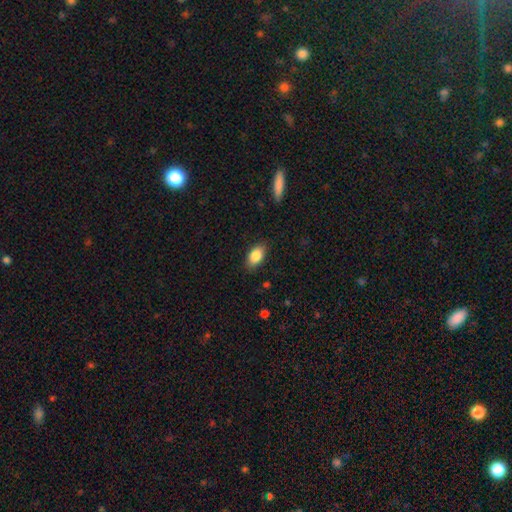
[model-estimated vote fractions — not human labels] Q: Smooth or featured?
A: smooth (86%); runner-up: star or artifact (7%)
Q: How rounded?
A: in between (91%); runner-up: round (6%)
Q: Merging?
A: none (85%); runner-up: minor disturbance (11%)